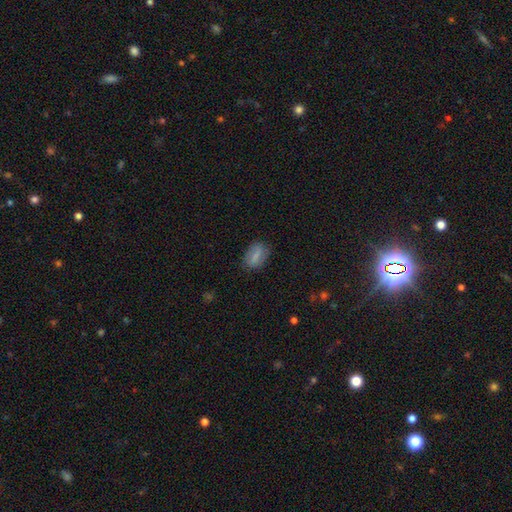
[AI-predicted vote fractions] Smooth or featured?
  - smooth: 74% *
  - featured or disk: 18%
  - star or artifact: 8%
How rounded?
  - in between: 85% *
  - round: 11%
  - cigar-shaped: 5%
Merging?
  - none: 79% *
  - minor disturbance: 15%
  - major disturbance: 4%
  - merger: 1%